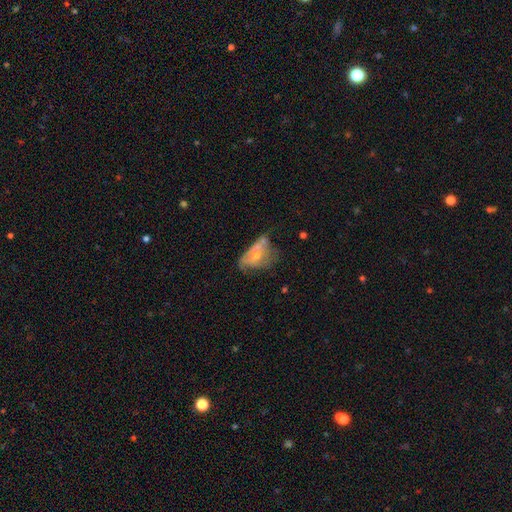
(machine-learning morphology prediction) Overall: featured or disk (54%; smooth 33%). Edge-on disk: no (92%). Merging: none (33%; minor disturbance 27%).